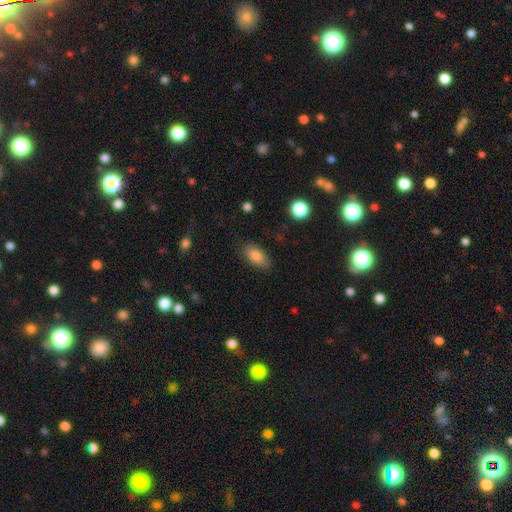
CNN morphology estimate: This appears to be a smooth galaxy with no disk features (82%) that is in between round and cigar-shaped (90%). Merging: none (82%).